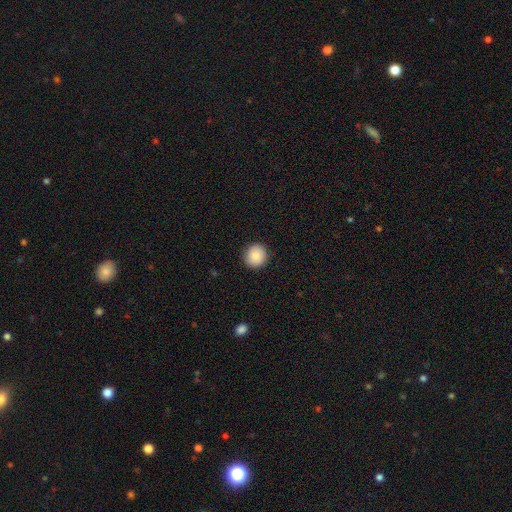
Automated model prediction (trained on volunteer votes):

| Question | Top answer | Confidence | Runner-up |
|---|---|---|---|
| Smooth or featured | smooth | 87% | star or artifact (8%) |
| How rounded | round | 93% | in between (6%) |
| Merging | none | 92% | minor disturbance (6%) |